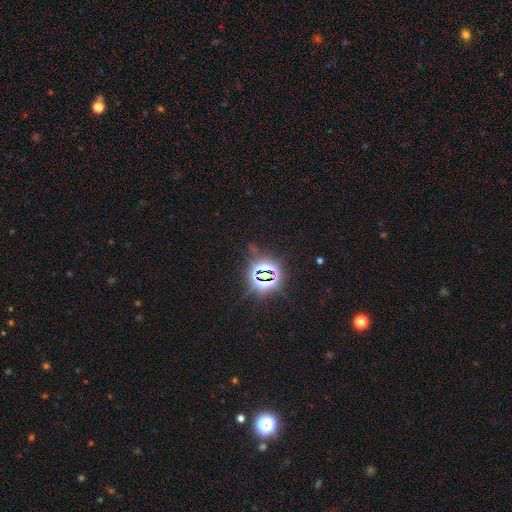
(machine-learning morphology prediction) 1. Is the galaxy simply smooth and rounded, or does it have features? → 82% star or artifact, 11% smooth, 7% featured or disk.